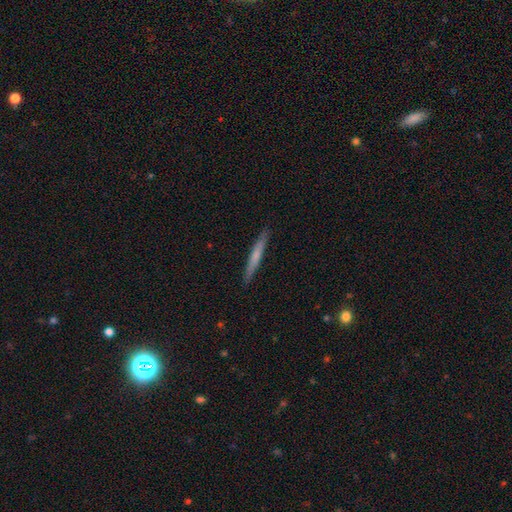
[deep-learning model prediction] The model was most divided on "smooth or featured": smooth: 57%, featured or disk: 37%, star or artifact: 5%. More confident: how rounded — cigar-shaped (96%); merging — none (90%).